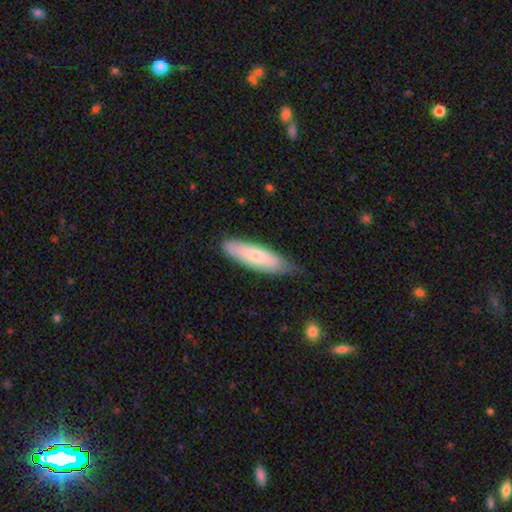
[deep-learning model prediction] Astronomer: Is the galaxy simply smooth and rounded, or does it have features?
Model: smooth — 71%.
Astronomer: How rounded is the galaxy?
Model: cigar-shaped — 57% (runner-up: in between, 41%).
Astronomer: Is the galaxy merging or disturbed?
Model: none — 66%.